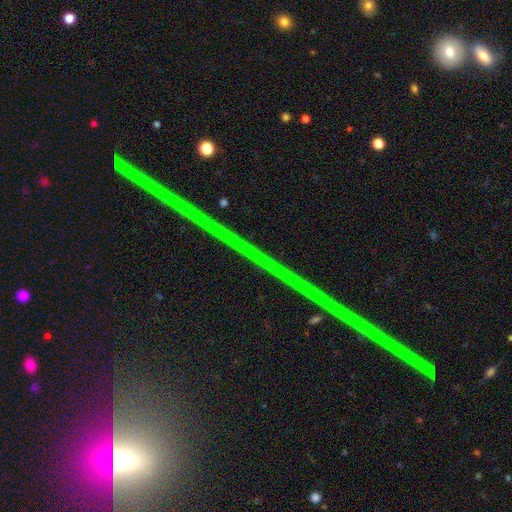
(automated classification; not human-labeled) Smooth or featured?
  - star or artifact: 82% *
  - featured or disk: 12%
  - smooth: 6%